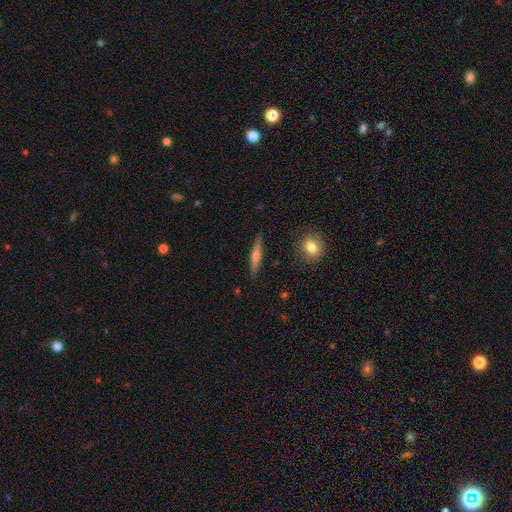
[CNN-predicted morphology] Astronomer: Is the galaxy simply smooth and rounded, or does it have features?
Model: smooth — 47%, tied with featured or disk at 47%.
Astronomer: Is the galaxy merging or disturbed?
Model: none — 89%.